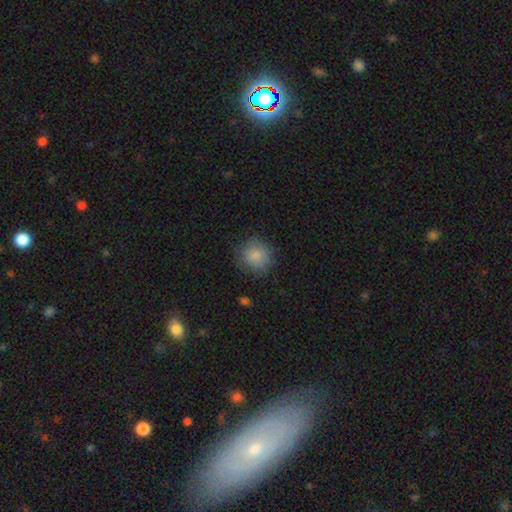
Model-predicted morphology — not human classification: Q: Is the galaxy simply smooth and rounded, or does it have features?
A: smooth — 85%.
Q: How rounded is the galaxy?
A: round — 90%.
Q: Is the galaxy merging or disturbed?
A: none — 80%.